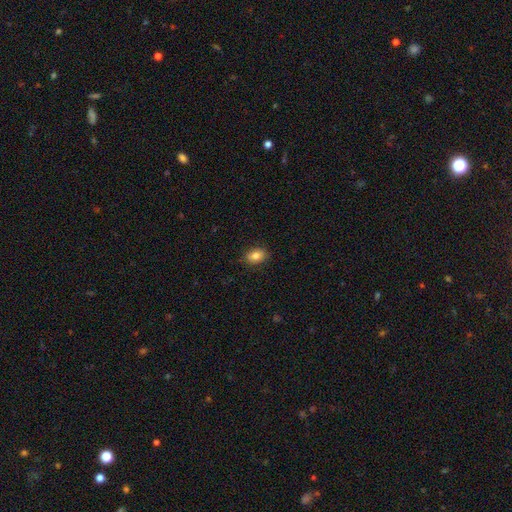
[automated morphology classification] The model was most divided on "how rounded": in between: 80%, round: 19%, cigar-shaped: 1%. More confident: merging — none (88%); smooth or featured — smooth (83%).